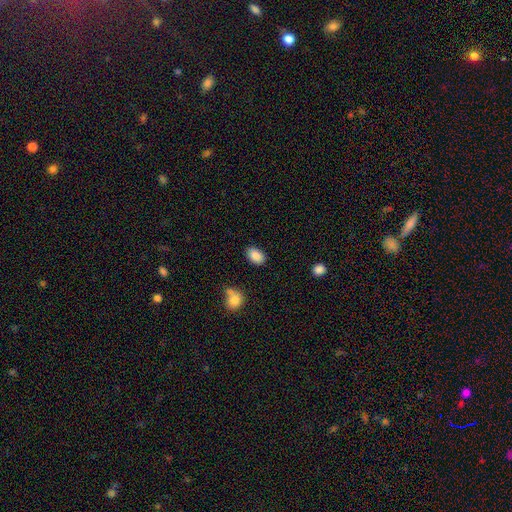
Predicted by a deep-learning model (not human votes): This appears to be a smooth galaxy with no disk features (87%) that is in between round and cigar-shaped (88%). Merging: none (83%).